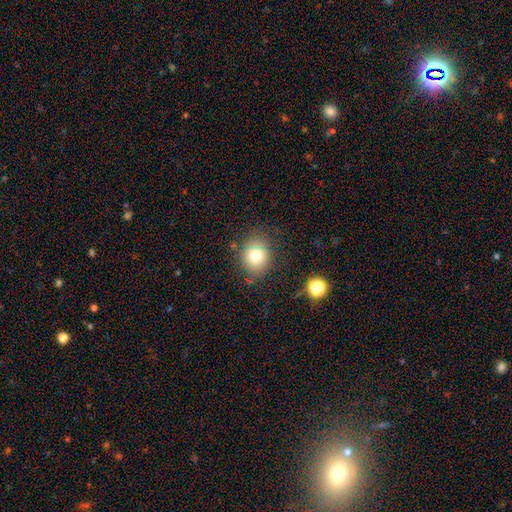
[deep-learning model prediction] smooth-or-featured: smooth: 77% | star or artifact: 12% | featured or disk: 11%
  how-rounded: round: 67% | in between: 32% | cigar-shaped: 1%
  merging: none: 78% | minor disturbance: 14% | major disturbance: 5% | merger: 3%